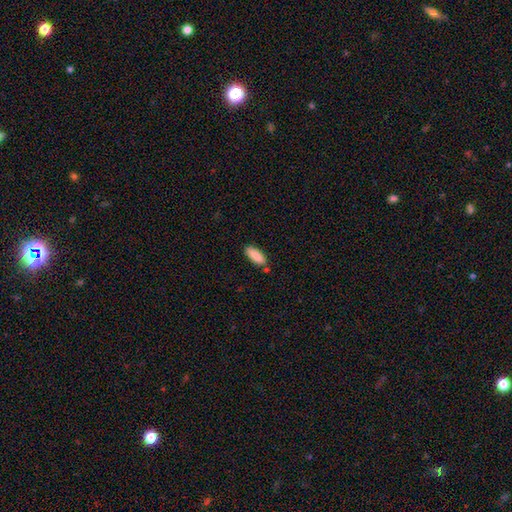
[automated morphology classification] Smooth or featured: smooth — 89% (star or artifact — 6%)
How rounded: in between — 76% (cigar-shaped — 22%)
Merging: none — 79% (minor disturbance — 13%)